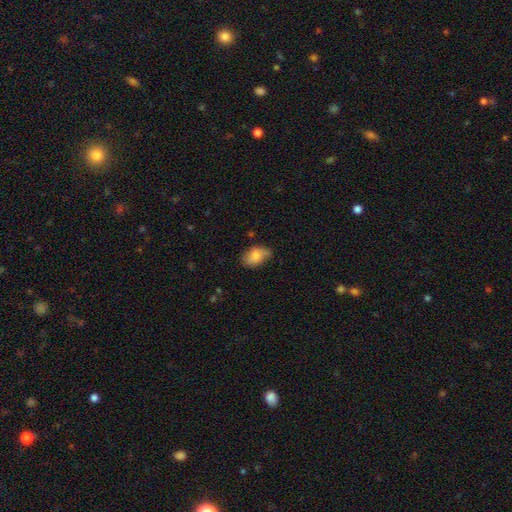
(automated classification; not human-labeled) smooth 80%, featured or disk 13%, star or artifact 7%. Down the decision tree: how rounded — in between (88%); merging — none (61%).